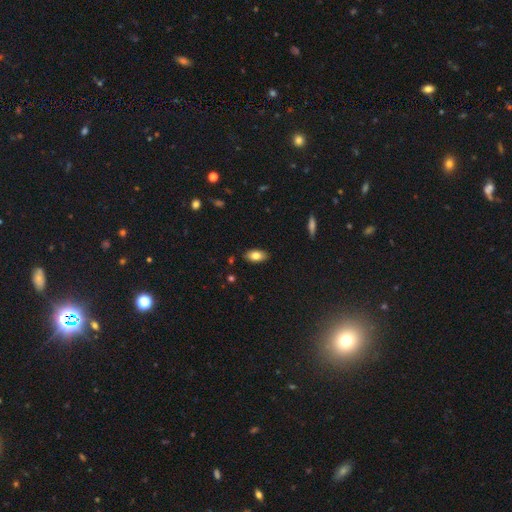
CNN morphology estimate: smooth_or_featured: smooth (p=0.81) [alt: featured or disk p=0.12]
how_rounded: in between (p=0.92) [alt: round p=0.04]
merging: none (p=0.87) [alt: minor disturbance p=0.10]